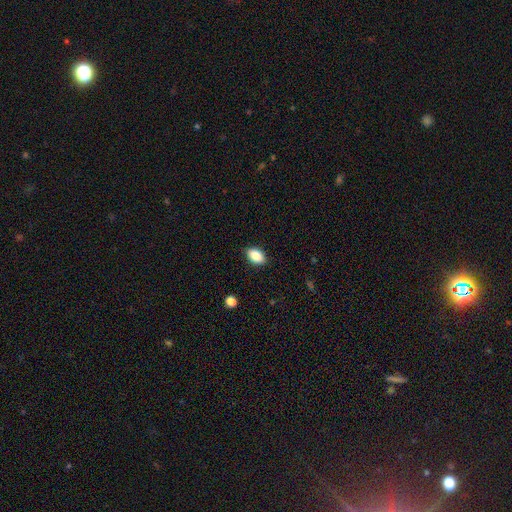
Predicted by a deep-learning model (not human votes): This appears to be a smooth galaxy with no disk features (87%) that is in between round and cigar-shaped (88%). Merging: none (88%).